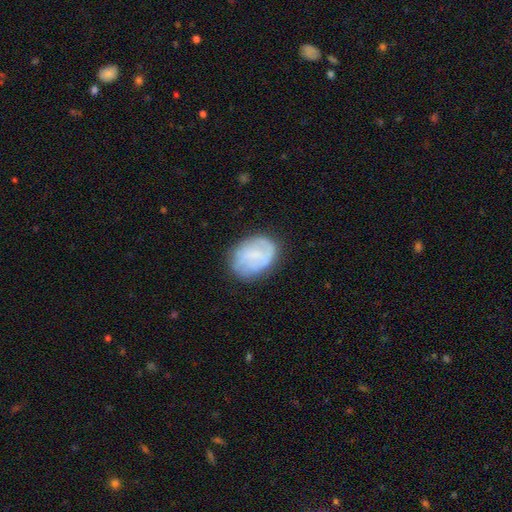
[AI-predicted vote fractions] The model was most divided on "smooth or featured": smooth: 48%, featured or disk: 45%, star or artifact: 8%. More confident: merging — none (71%).